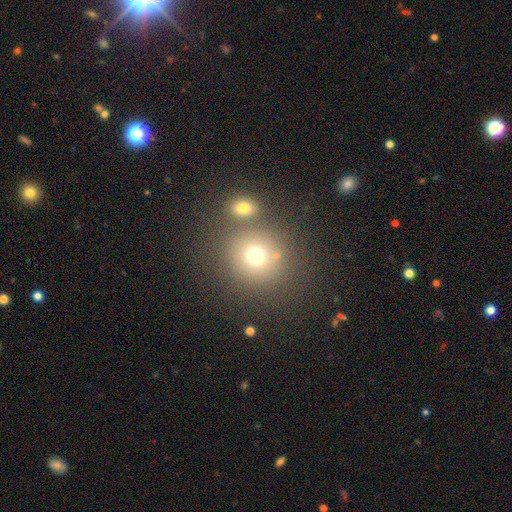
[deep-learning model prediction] smooth 71%, star or artifact 17%, featured or disk 12%. Down the decision tree: how rounded — round (89%); merging — none (67%).